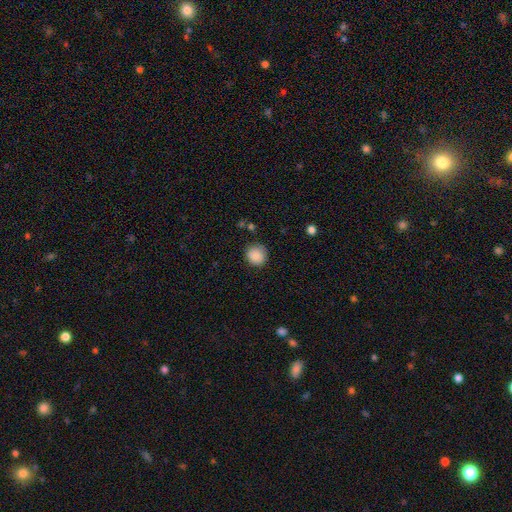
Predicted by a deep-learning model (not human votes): Overall: smooth (88%). How rounded: round (90%). Merging: none (84%).